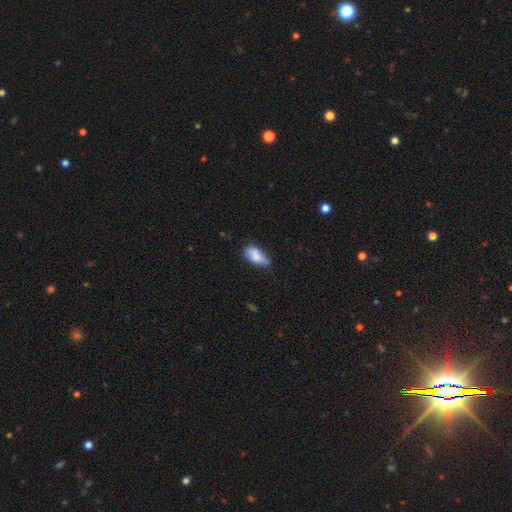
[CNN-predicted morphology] A smooth galaxy with no disk features (74%) that is in between round and cigar-shaped (86%).

Vote fractions:
- Smooth or featured? smooth: 74% / featured or disk: 18% / star or artifact: 8%
- How rounded? in between: 86% / cigar-shaped: 10% / round: 4%
- Merging? minor disturbance: 41% / none: 38% / major disturbance: 15% / merger: 6%